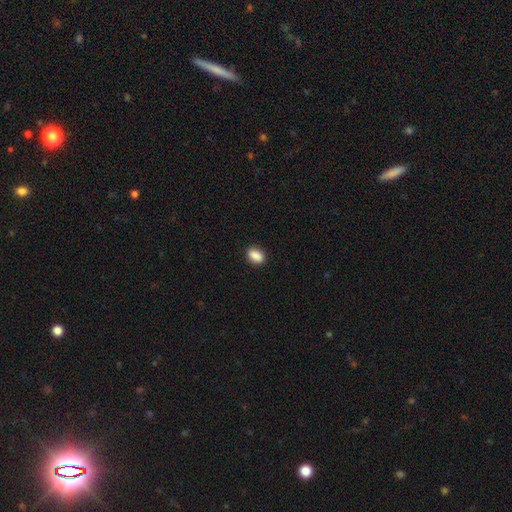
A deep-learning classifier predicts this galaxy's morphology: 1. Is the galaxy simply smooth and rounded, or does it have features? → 89% smooth, 8% star or artifact, 3% featured or disk.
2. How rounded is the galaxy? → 85% in between, 12% round, 3% cigar-shaped.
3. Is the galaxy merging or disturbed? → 89% none, 8% minor disturbance, 2% major disturbance, 1% merger.